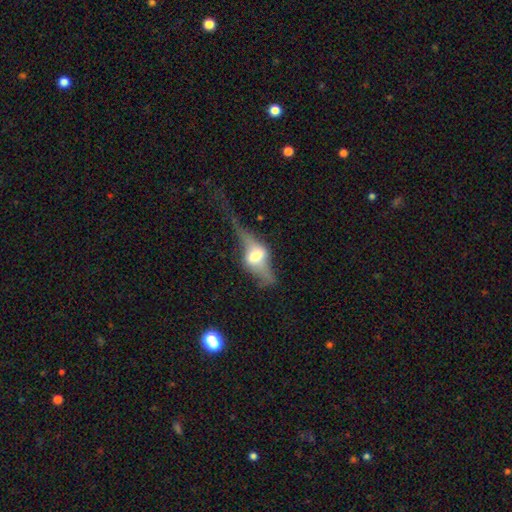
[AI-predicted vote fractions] smooth-or-featured: featured or disk: 57% | smooth: 35% | star or artifact: 8%
  disk-edge-on: yes: 64% | no: 36%
  merging: major disturbance: 44% | none: 30% | minor disturbance: 21% | merger: 5%